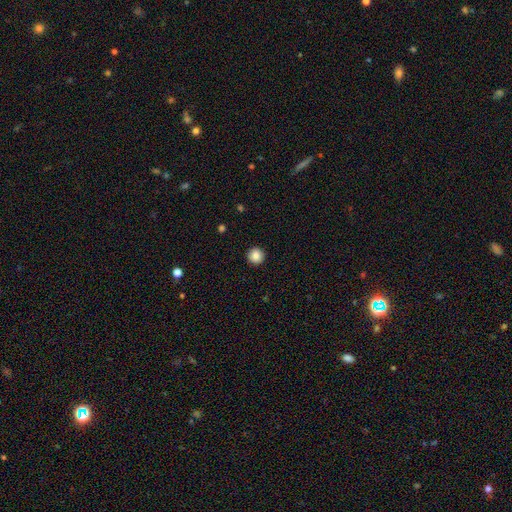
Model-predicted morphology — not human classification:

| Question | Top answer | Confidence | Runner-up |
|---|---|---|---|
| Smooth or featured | smooth | 87% | star or artifact (10%) |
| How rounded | round | 96% | in between (3%) |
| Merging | none | 93% | minor disturbance (4%) |